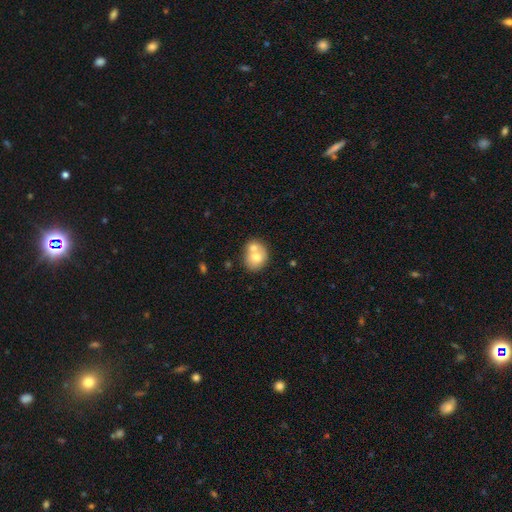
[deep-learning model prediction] This appears to be a smooth galaxy with no disk features (67%) that is round (58%). Merging: merger (53%).